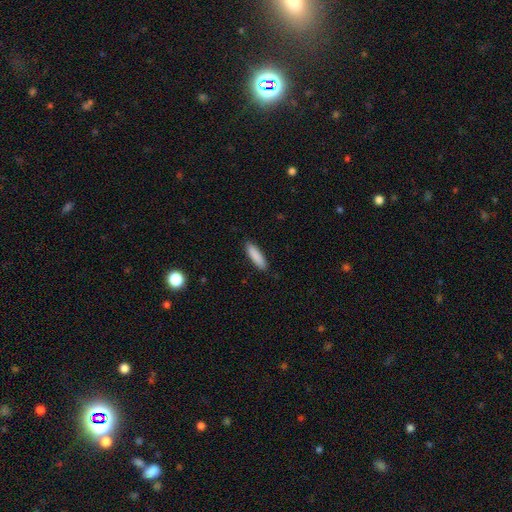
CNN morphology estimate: Smooth or featured?
  - smooth: 88% *
  - featured or disk: 7%
  - star or artifact: 6%
How rounded?
  - cigar-shaped: 67% *
  - in between: 32%
  - round: 1%
Merging?
  - none: 89% *
  - minor disturbance: 9%
  - major disturbance: 2%
  - merger: 1%